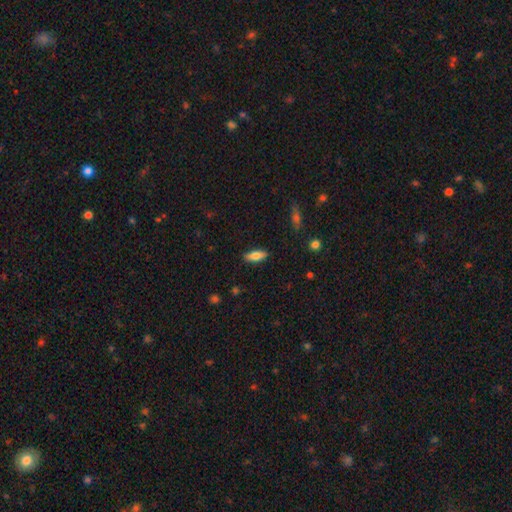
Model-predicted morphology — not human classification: smooth 76%, featured or disk 17%, star or artifact 7%. Down the decision tree: how rounded — in between (71%); merging — none (87%).